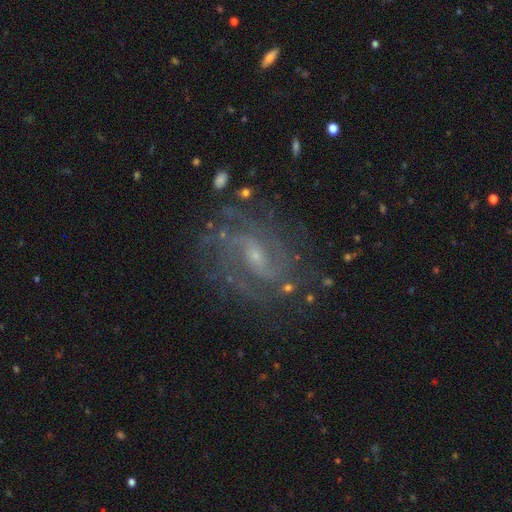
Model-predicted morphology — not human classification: smooth_or_featured: featured or disk (p=0.83) [alt: star or artifact p=0.10]
disk_edge_on: no (p=0.97) [alt: yes p=0.03]
bar: weak (p=0.54) [alt: no p=0.27]
has_spiral_arms: yes (p=0.94) [alt: no p=0.06]
spiral_winding: medium (p=0.44) [alt: tight p=0.37]
spiral_arm_count: 2 (p=0.41) [alt: can't tell p=0.26]
bulge_size: small (p=0.65) [alt: moderate p=0.26]
merging: none (p=0.76) [alt: minor disturbance p=0.15]